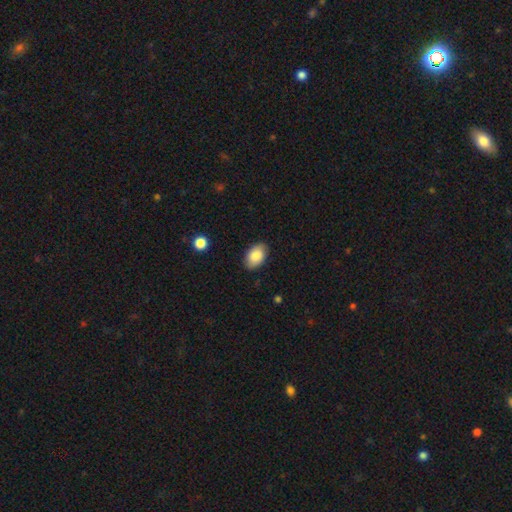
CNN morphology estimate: Smooth or featured: smooth — 86% (featured or disk — 7%)
How rounded: in between — 90% (round — 9%)
Merging: none — 86% (minor disturbance — 11%)